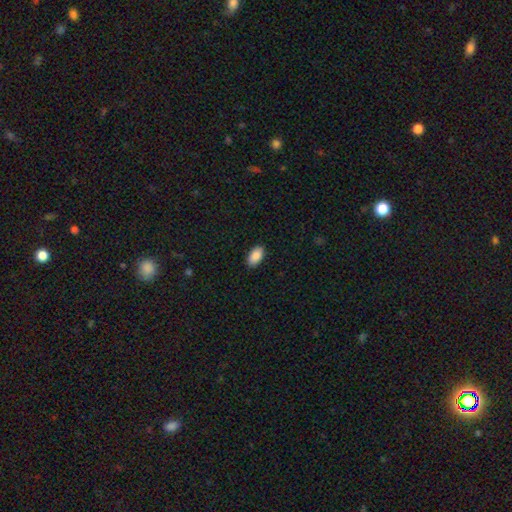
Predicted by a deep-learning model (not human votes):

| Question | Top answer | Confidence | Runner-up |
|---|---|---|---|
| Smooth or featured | smooth | 90% | star or artifact (7%) |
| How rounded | in between | 95% | round (3%) |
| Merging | none | 89% | minor disturbance (8%) |